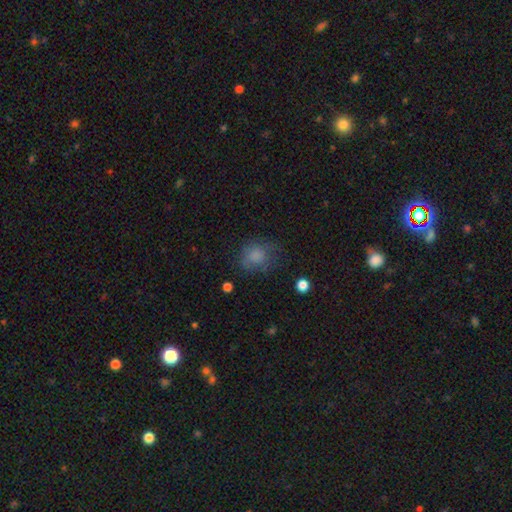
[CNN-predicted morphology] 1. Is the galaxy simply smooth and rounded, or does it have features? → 76% smooth, 12% star or artifact, 12% featured or disk.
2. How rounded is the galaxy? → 65% round, 34% in between, 1% cigar-shaped.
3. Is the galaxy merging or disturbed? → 56% none, 26% minor disturbance, 16% major disturbance, 2% merger.